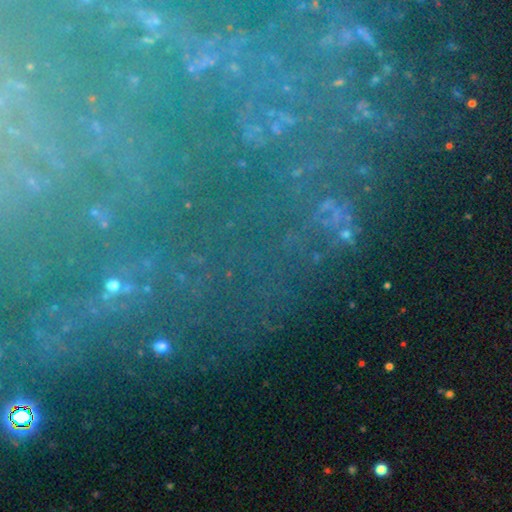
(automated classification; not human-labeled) Smooth or featured? Predicted: star or artifact (p=0.55).